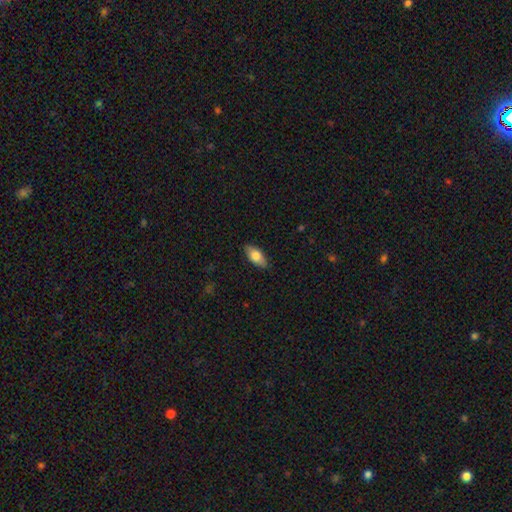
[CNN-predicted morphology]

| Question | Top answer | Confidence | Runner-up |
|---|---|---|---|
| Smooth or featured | smooth | 79% | featured or disk (15%) |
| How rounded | in between | 89% | cigar-shaped (9%) |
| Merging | none | 87% | minor disturbance (10%) |